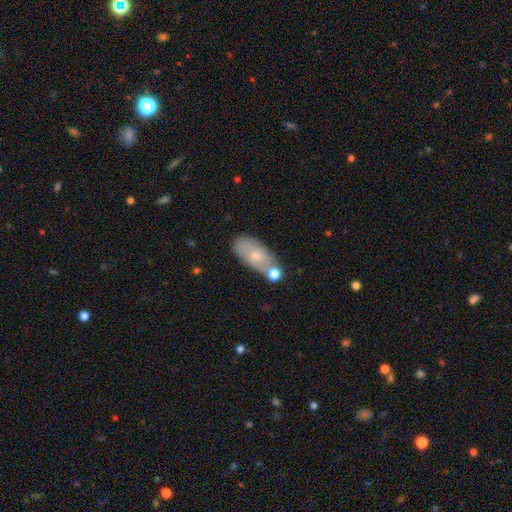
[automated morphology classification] Overall: smooth (59%; featured or disk 33%). How rounded: in between (87%). Merging: none (53%; merger 21%).